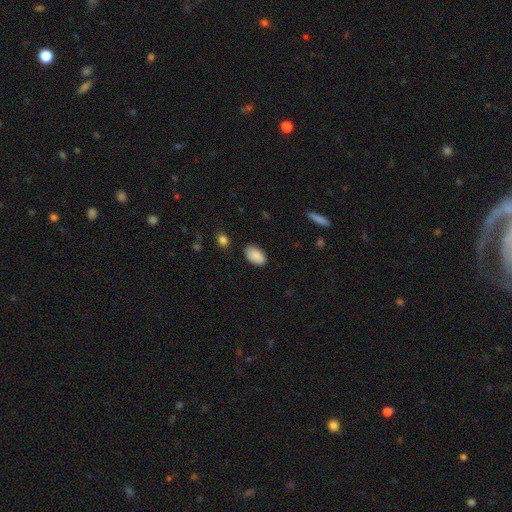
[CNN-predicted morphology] Q: Smooth or featured?
A: smooth (89%); runner-up: star or artifact (7%)
Q: How rounded?
A: in between (94%); runner-up: round (5%)
Q: Merging?
A: none (85%); runner-up: minor disturbance (11%)